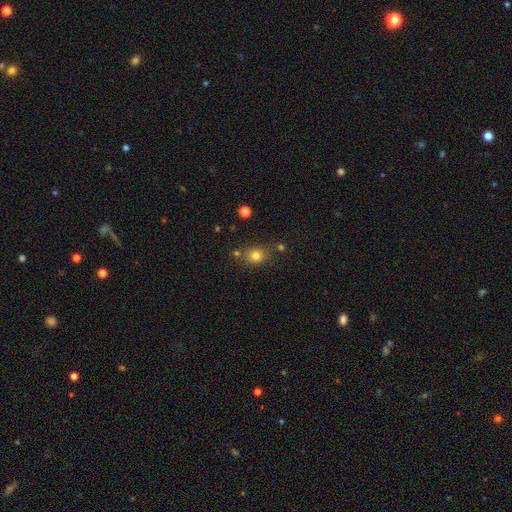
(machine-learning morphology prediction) Overall: smooth (78%). How rounded: round (69%; in between 30%). Merging: none (75%).